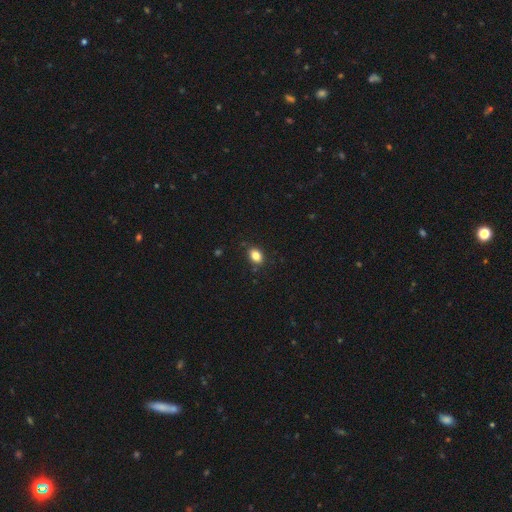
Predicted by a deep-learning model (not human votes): Overall: smooth (84%). How rounded: in between (74%). Merging: none (85%).